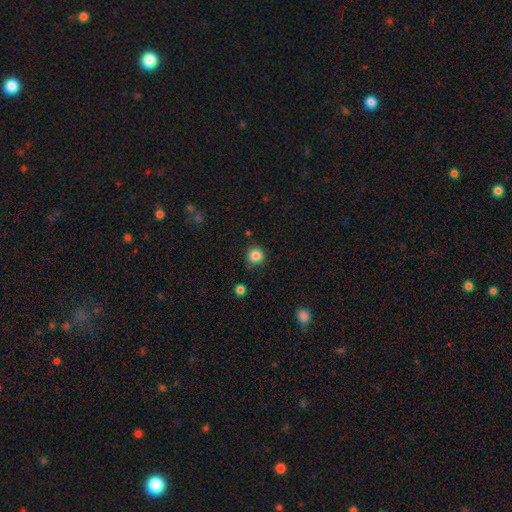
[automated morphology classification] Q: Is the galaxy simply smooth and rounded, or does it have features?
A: smooth — 84%.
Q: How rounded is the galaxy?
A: round — 93%.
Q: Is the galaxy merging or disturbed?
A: none — 85%.